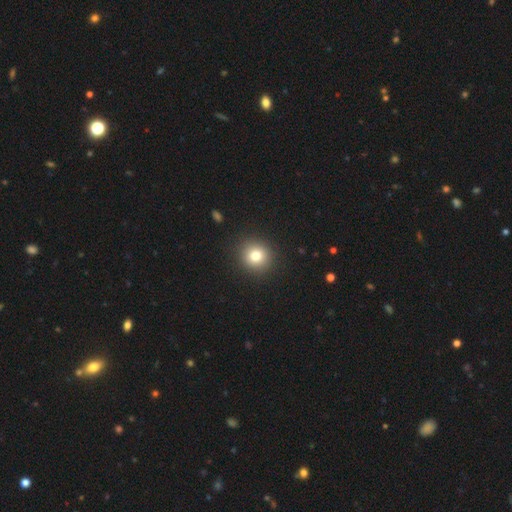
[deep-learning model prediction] Q: Smooth or featured?
A: smooth (80%); runner-up: star or artifact (12%)
Q: How rounded?
A: round (92%); runner-up: in between (7%)
Q: Merging?
A: none (91%); runner-up: minor disturbance (6%)